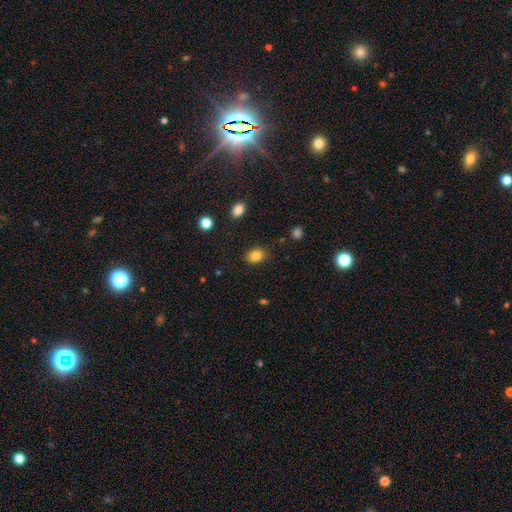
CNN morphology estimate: Smooth or featured: smooth — 84% (star or artifact — 10%)
How rounded: in between — 64% (round — 35%)
Merging: none — 86% (minor disturbance — 10%)